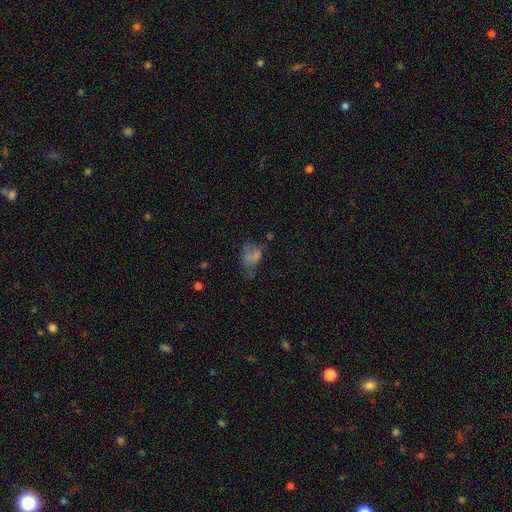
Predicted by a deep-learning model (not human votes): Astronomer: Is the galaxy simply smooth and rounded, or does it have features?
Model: star or artifact — 39% (runner-up: smooth, 36%).